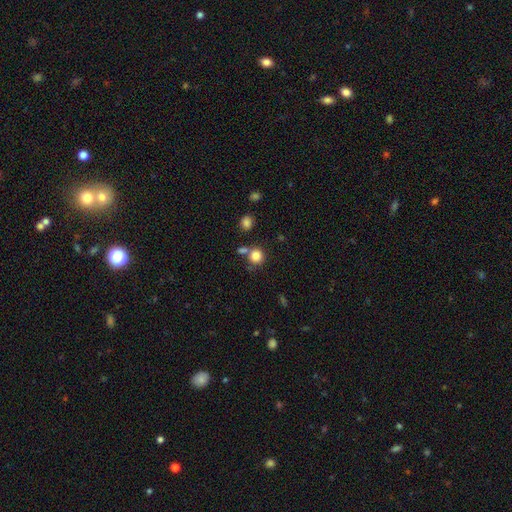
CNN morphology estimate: Overall: smooth (83%). How rounded: round (90%). Merging: none (70%).